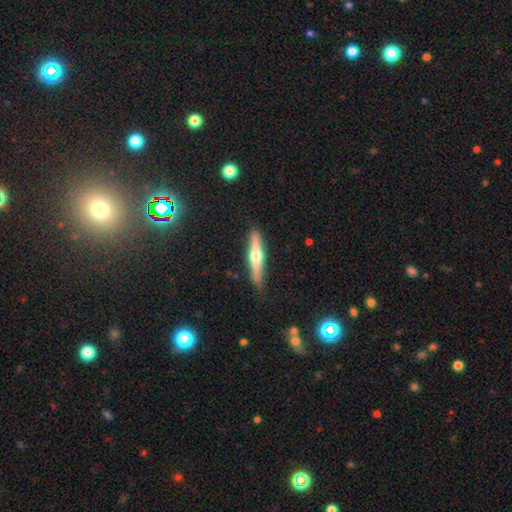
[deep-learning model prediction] Morphology: type=featured or disk (59%); edge-on=yes (96%); edge-on bulge=rounded (92%); merging=none (86%).